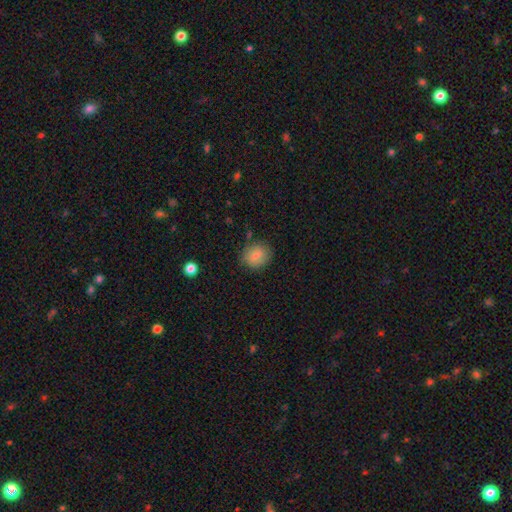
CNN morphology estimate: type=smooth (80%); roundness=round (72%); merging=none (80%).